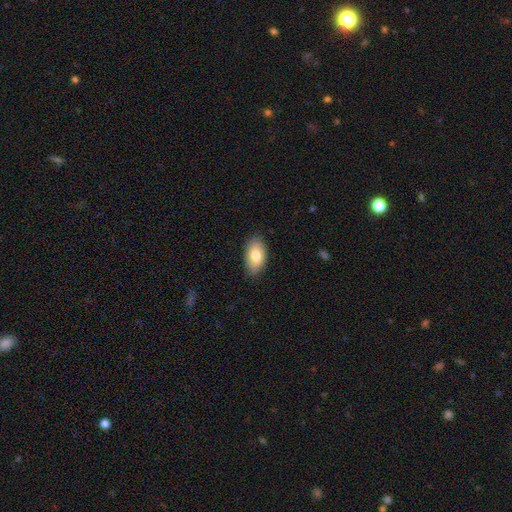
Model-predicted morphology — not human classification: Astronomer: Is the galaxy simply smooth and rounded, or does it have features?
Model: smooth — 78%.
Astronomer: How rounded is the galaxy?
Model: in between — 93%.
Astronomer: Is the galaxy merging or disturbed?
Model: none — 85%.